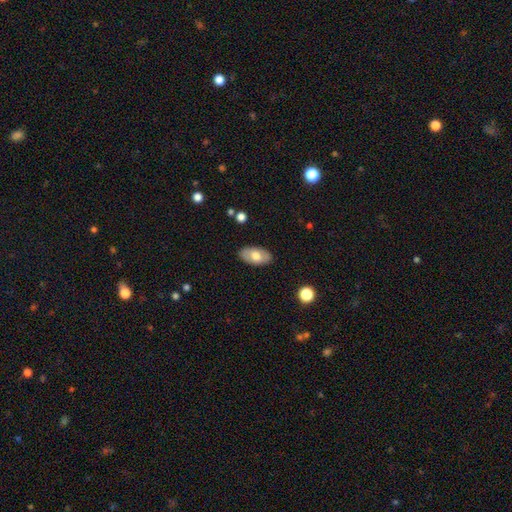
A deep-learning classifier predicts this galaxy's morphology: Smooth or featured?
  - smooth: 70% *
  - featured or disk: 24%
  - star or artifact: 6%
How rounded?
  - in between: 94% *
  - round: 4%
  - cigar-shaped: 2%
Merging?
  - none: 86% *
  - minor disturbance: 10%
  - major disturbance: 2%
  - merger: 1%